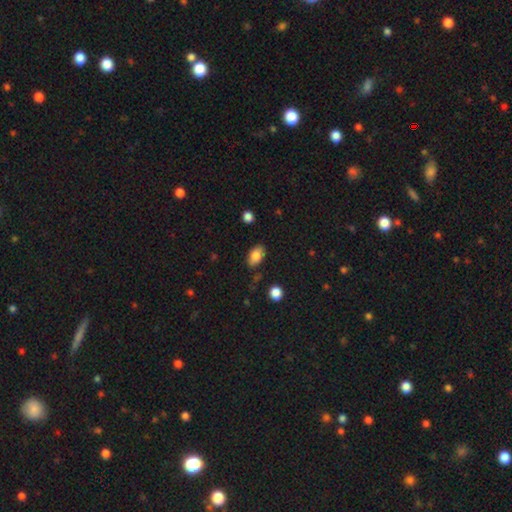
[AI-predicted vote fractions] Q: Smooth or featured?
A: smooth (83%); runner-up: featured or disk (10%)
Q: How rounded?
A: in between (91%); runner-up: round (8%)
Q: Merging?
A: none (80%); runner-up: minor disturbance (15%)